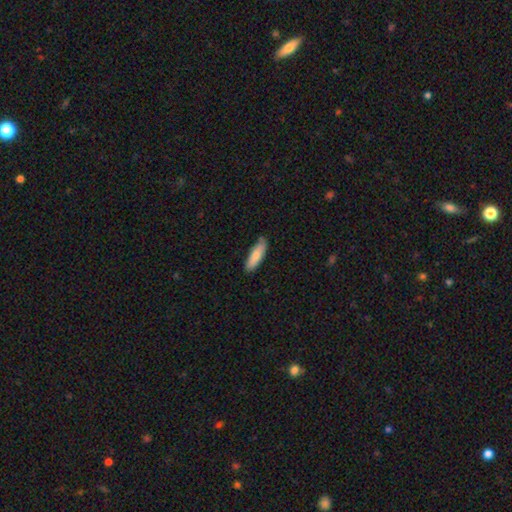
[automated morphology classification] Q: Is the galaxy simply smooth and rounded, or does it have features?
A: smooth — 82%.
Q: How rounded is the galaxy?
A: cigar-shaped — 56%.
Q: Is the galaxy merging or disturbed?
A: none — 81%.